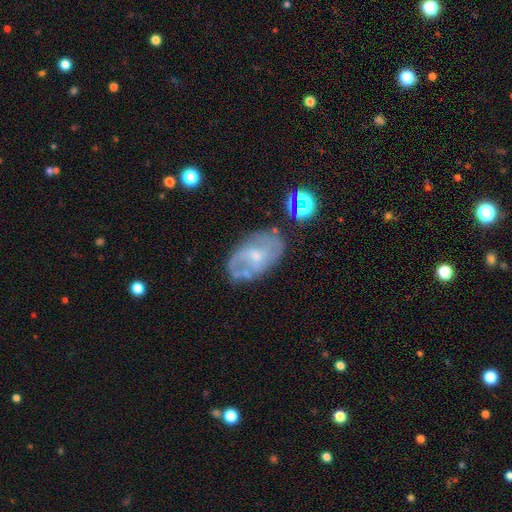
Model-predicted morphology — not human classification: Smooth or featured? Predicted: featured or disk (p=0.65). Edge-on disk? Predicted: no (p=0.96). Bar? Predicted: no (p=0.52). Spiral arms? Predicted: yes (p=0.72). Bulge size? Predicted: small (p=0.60). Merging? Predicted: none (p=0.58).